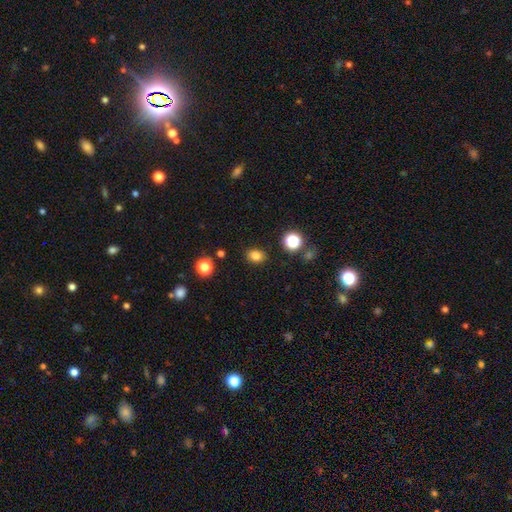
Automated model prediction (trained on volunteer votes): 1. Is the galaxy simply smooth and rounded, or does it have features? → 82% smooth, 13% star or artifact, 5% featured or disk.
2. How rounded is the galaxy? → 55% in between, 44% round, 1% cigar-shaped.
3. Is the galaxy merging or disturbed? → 87% none, 8% minor disturbance, 3% major disturbance, 2% merger.